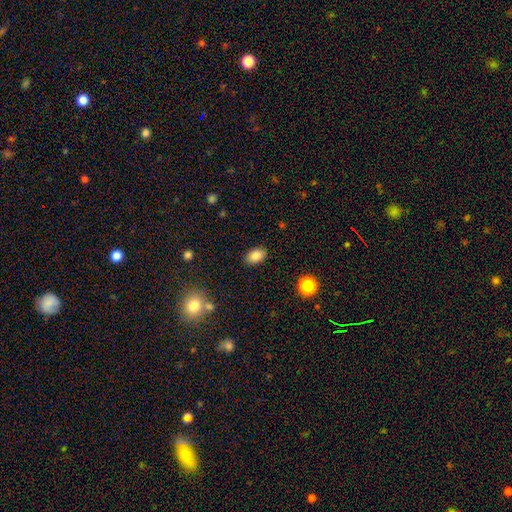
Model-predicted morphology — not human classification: smooth 84%, star or artifact 9%, featured or disk 8%. Down the decision tree: how rounded — in between (86%); merging — none (87%).